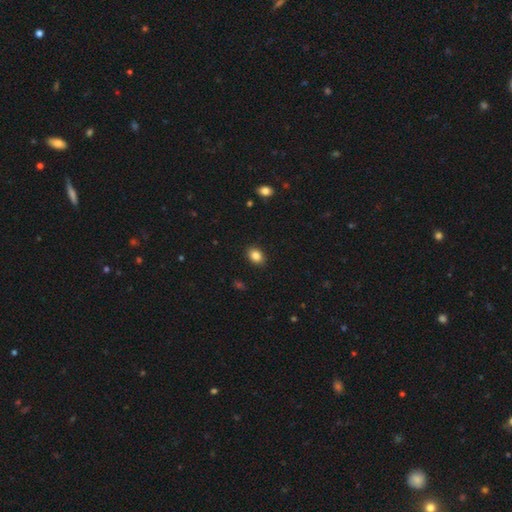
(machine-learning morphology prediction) Smooth or featured? smooth (85%)
How rounded? in between (68%)
Merging? none (89%)